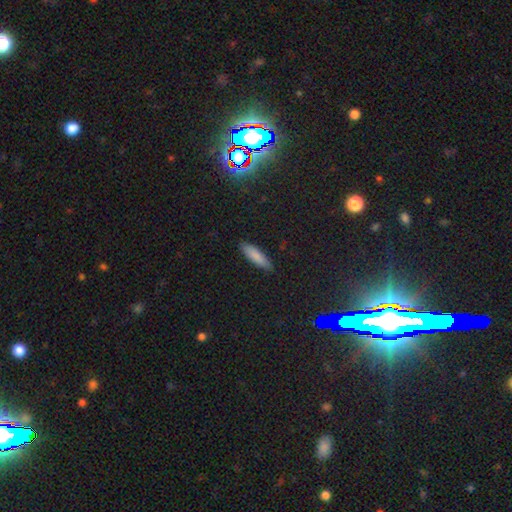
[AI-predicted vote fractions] Smooth or featured: smooth — 85% (featured or disk — 8%)
How rounded: cigar-shaped — 58% (in between — 40%)
Merging: none — 88% (minor disturbance — 9%)